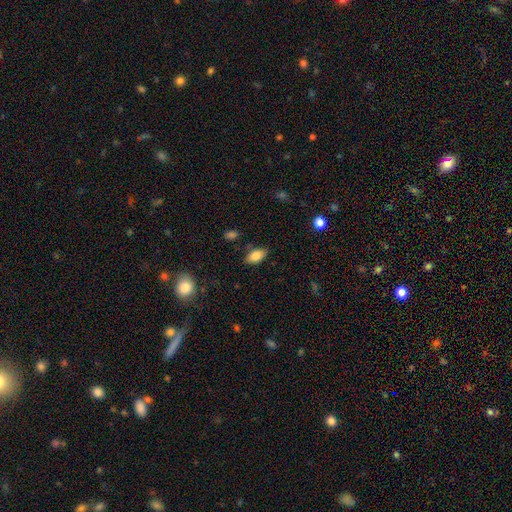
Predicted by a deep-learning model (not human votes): A smooth galaxy with no disk features (83%) that is in between round and cigar-shaped (90%). Merging: none (80%).